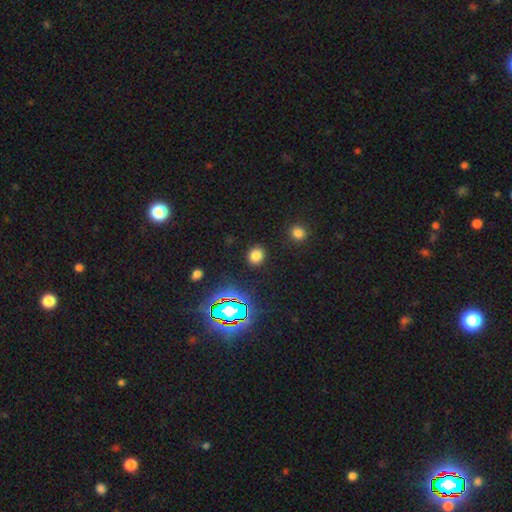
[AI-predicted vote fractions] This is likely a smooth galaxy (74%). How rounded: likely round (74%). Merging: clearly none (88%).